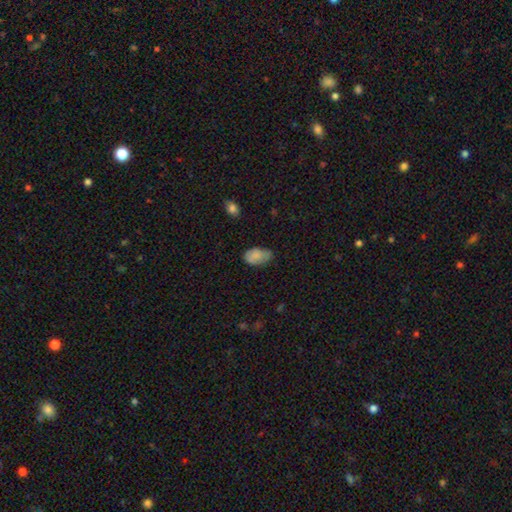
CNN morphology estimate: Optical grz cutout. It shows a smooth galaxy with no disk features (80%) that is in between round and cigar-shaped (93%). Merging: none (58%).